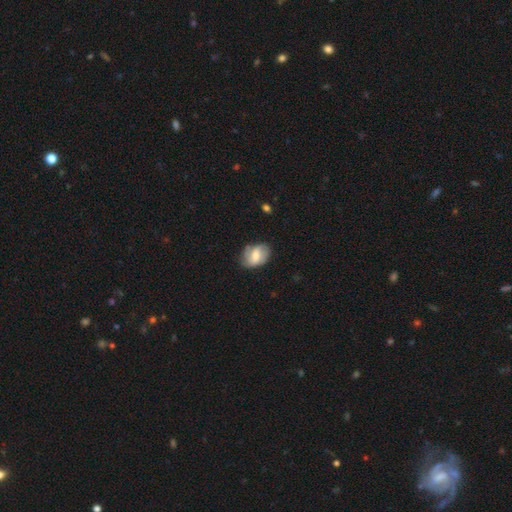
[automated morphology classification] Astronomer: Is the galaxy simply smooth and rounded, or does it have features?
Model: smooth — 52% (runner-up: featured or disk, 41%).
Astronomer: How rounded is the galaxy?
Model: in between — 80%.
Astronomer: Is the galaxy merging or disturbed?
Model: none — 63%.